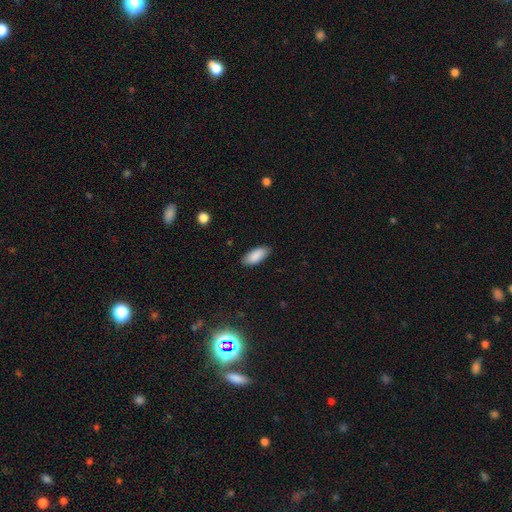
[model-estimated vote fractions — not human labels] This is clearly a smooth galaxy (89%). How rounded: clearly in between (87%). Merging: clearly none (86%).